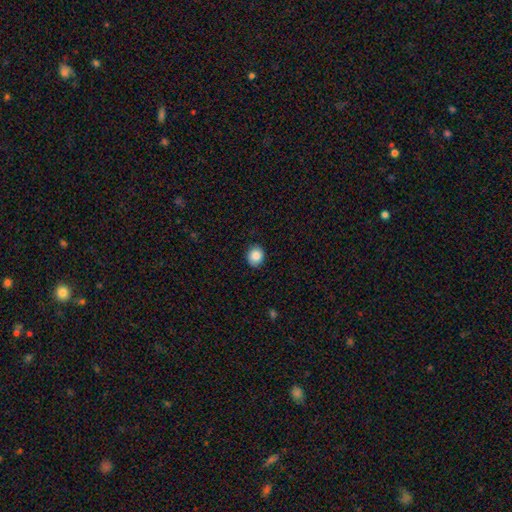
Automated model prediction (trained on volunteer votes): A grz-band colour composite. It shows a smooth galaxy with no disk features (87%) that is round (71%). Merging: none (88%).